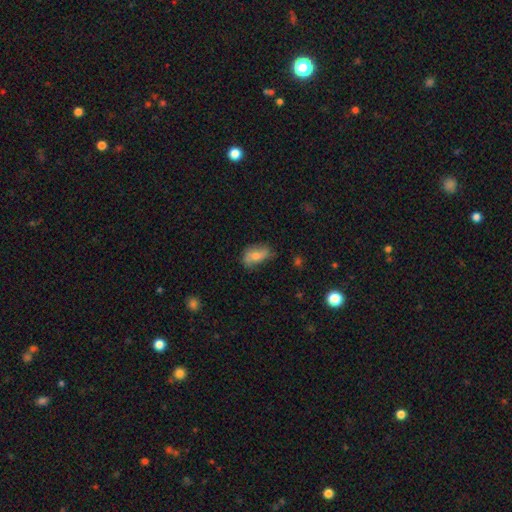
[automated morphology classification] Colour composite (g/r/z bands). It shows a smooth galaxy with no disk features (58%) that is in between round and cigar-shaped (86%). Merging: none (60%).